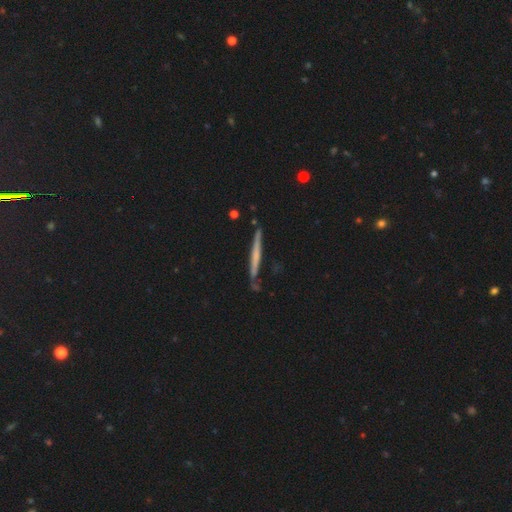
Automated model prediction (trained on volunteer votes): This is possibly a featured or disk galaxy (53%). It is clearly viewed edge-on (97%). Edge-on bulge: likely none (74%). Merging: clearly none (84%).